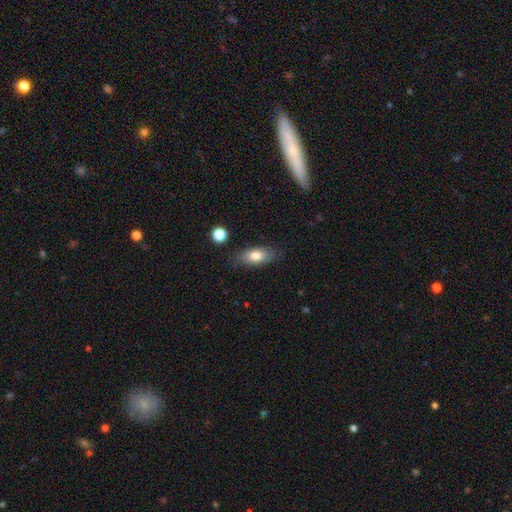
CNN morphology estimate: A smooth galaxy with no disk features (78%) that is in between round and cigar-shaped (85%).

Vote fractions:
- Smooth or featured? smooth: 78% / featured or disk: 15% / star or artifact: 7%
- How rounded? in between: 85% / cigar-shaped: 11% / round: 4%
- Merging? none: 79% / minor disturbance: 15% / major disturbance: 4% / merger: 2%